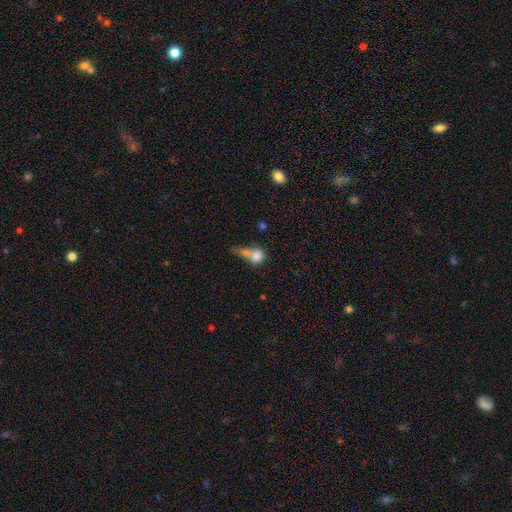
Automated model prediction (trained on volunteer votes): Q: Smooth or featured?
A: smooth (76%); runner-up: featured or disk (14%)
Q: How rounded?
A: round (66%); runner-up: in between (31%)
Q: Merging?
A: merger (52%); runner-up: none (23%)